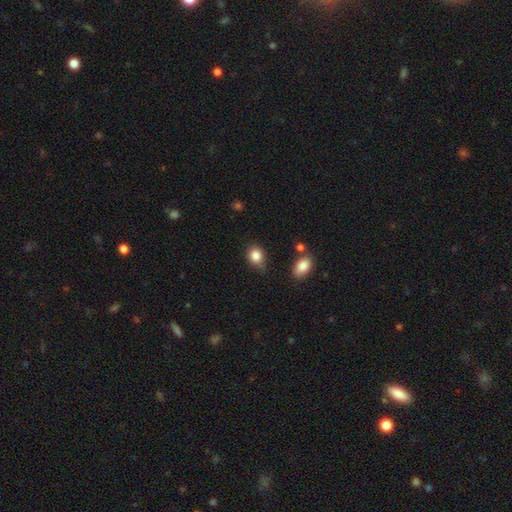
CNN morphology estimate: Overall: smooth (83%). How rounded: round (56%; in between 43%). Merging: none (56%; minor disturbance 33%).